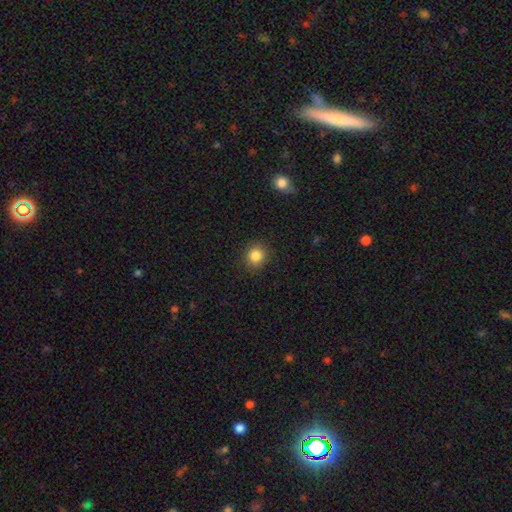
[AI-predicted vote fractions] Overall: smooth (85%). How rounded: round (85%). Merging: none (89%).